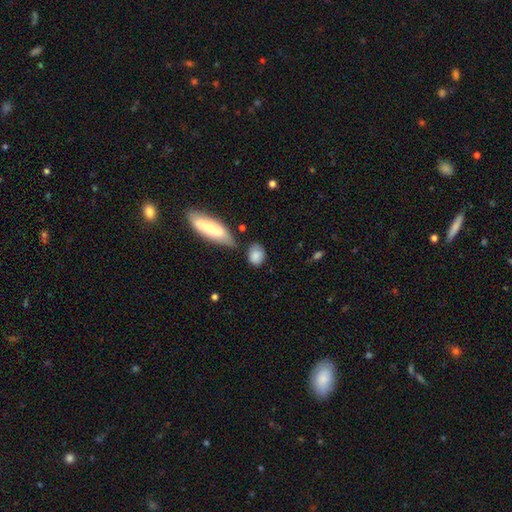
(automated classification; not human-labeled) A smooth galaxy with no disk features (83%) that is in between round and cigar-shaped (61%).

Vote fractions:
- Smooth or featured? smooth: 83% / featured or disk: 10% / star or artifact: 7%
- How rounded? in between: 61% / round: 34% / cigar-shaped: 5%
- Merging? none: 55% / minor disturbance: 27% / merger: 11% / major disturbance: 8%